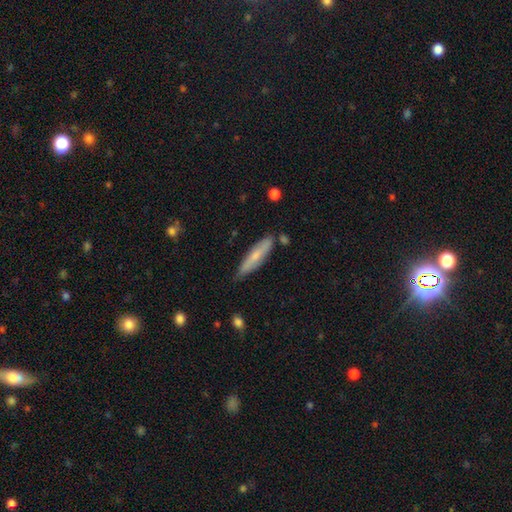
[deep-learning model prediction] smooth-or-featured: smooth: 60% | featured or disk: 34% | star or artifact: 6%
  how-rounded: cigar-shaped: 79% | in between: 19% | round: 2%
  merging: none: 74% | minor disturbance: 20% | merger: 3% | major disturbance: 3%